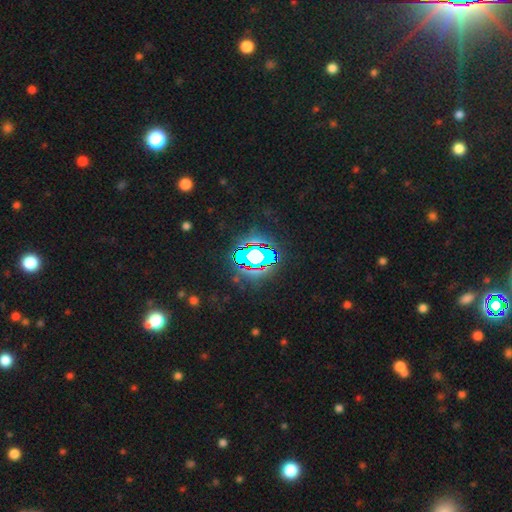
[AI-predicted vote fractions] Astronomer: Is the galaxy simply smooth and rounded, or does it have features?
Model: star or artifact — 75%.